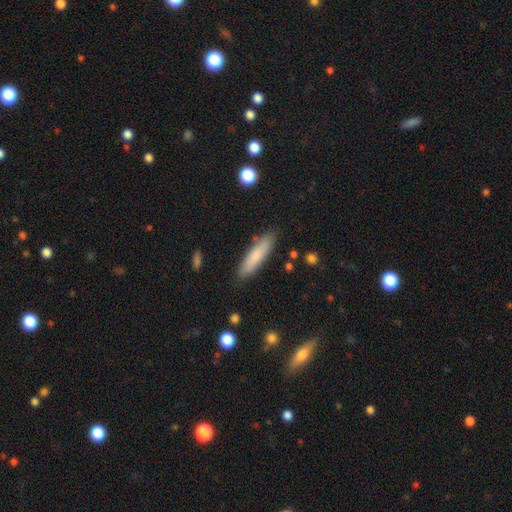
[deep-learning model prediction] smooth-or-featured: smooth: 78% | featured or disk: 15% | star or artifact: 6%
  how-rounded: cigar-shaped: 78% | in between: 21% | round: 1%
  merging: none: 86% | minor disturbance: 10% | major disturbance: 2% | merger: 2%